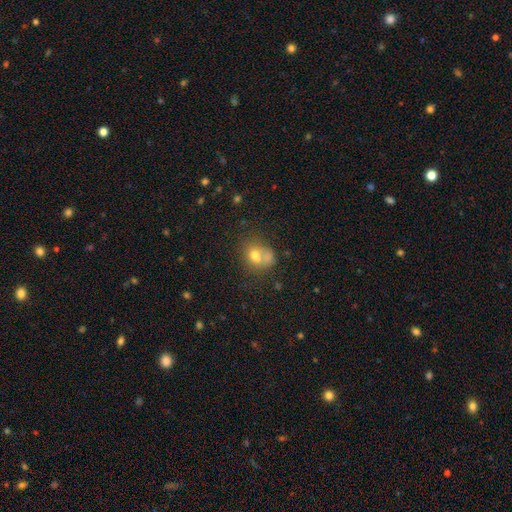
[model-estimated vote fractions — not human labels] smooth_or_featured: smooth (p=0.66) [alt: featured or disk p=0.20]
how_rounded: round (p=0.59) [alt: in between p=0.40]
merging: merger (p=0.46) [alt: none p=0.32]